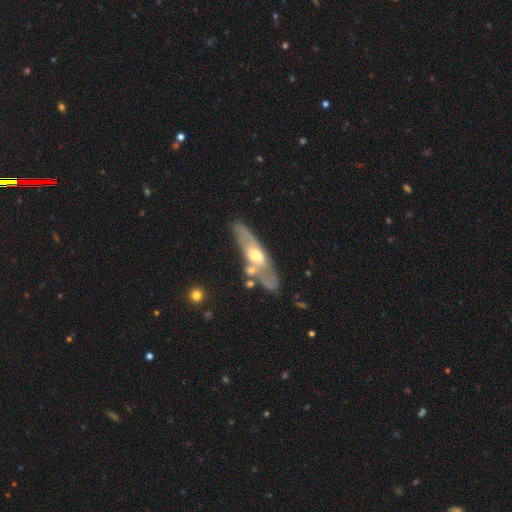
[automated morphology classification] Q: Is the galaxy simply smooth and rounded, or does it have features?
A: featured or disk — 67%.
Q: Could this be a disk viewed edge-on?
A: no — 64%.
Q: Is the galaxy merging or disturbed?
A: none — 59%.